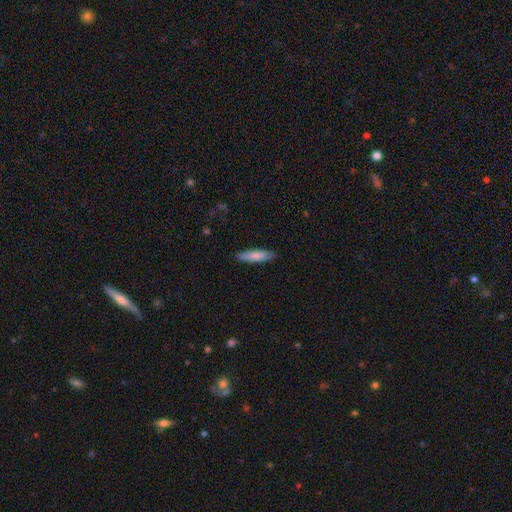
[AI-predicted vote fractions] smooth 80%, featured or disk 14%, star or artifact 5%. Down the decision tree: how rounded — cigar-shaped (71%); merging — none (88%).